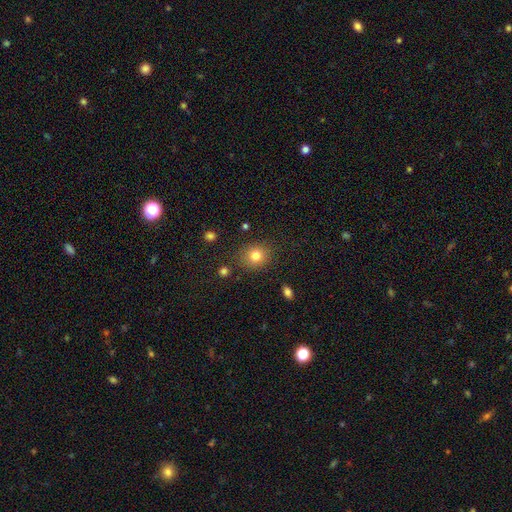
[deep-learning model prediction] smooth-or-featured: smooth: 81% | star or artifact: 11% | featured or disk: 8%
  how-rounded: round: 77% | in between: 22% | cigar-shaped: 1%
  merging: none: 84% | minor disturbance: 10% | major disturbance: 3% | merger: 2%